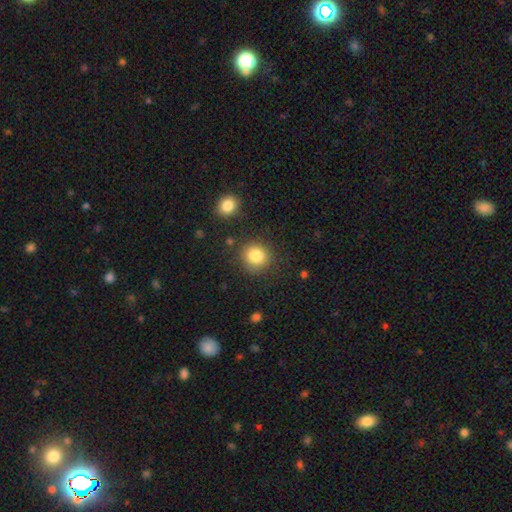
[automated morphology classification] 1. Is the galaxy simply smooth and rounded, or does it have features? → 83% smooth, 10% star or artifact, 7% featured or disk.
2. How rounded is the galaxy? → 87% round, 12% in between, 1% cigar-shaped.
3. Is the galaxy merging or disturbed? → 82% none, 10% minor disturbance, 4% merger, 4% major disturbance.